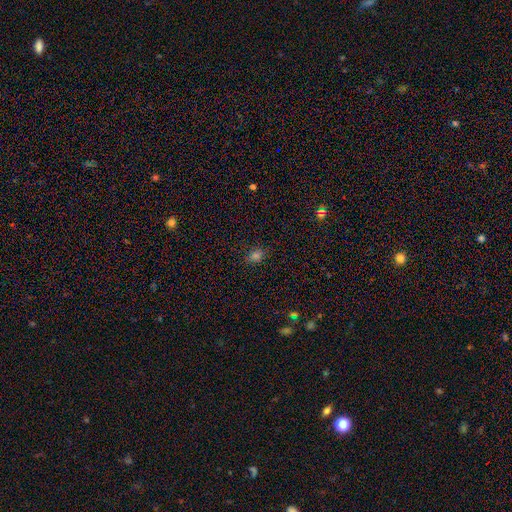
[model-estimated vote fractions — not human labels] Smooth or featured? smooth (74%)
How rounded? in between (71%)
Merging? none (83%)